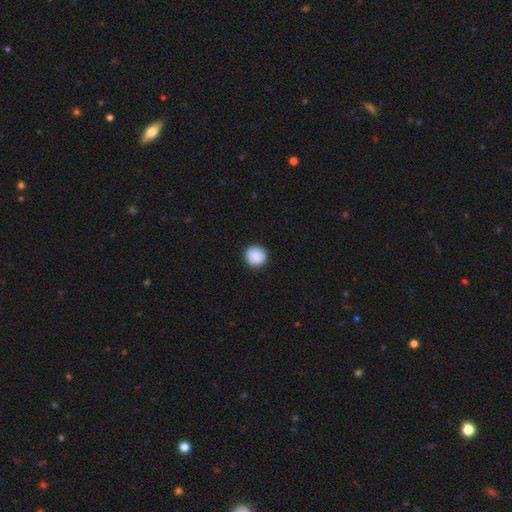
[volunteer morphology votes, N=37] Overall: smooth (92%). How rounded: round (94%). Merging: none (97%).